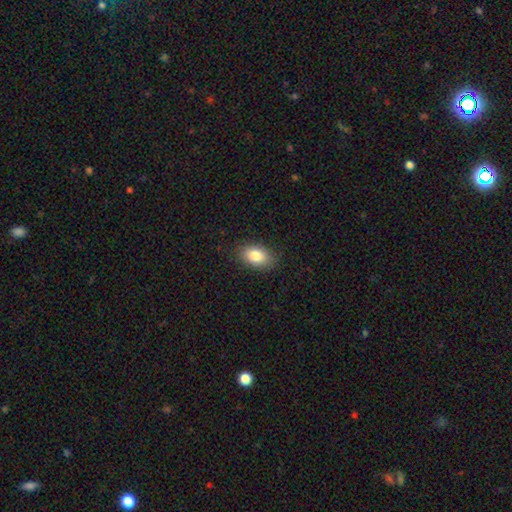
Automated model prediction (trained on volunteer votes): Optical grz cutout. It shows a smooth galaxy with no disk features (84%) that is in between round and cigar-shaped (91%). Merging: none (87%).